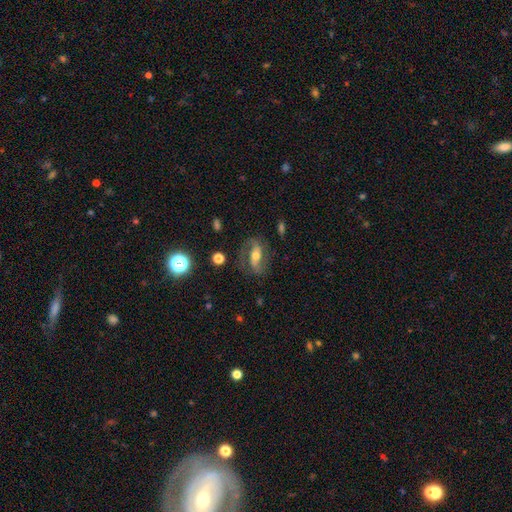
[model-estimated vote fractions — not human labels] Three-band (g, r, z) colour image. It shows a featured or disk galaxy (69%) with a strong bar (41%), 2 (84%) medium (42%) spiral arms (84%) and a moderate central bulge (64%). Merging: none (70%).